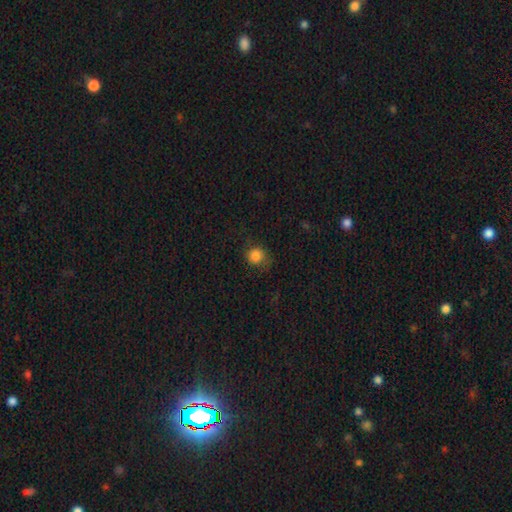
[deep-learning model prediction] Smooth or featured: smooth — 84% (star or artifact — 11%)
How rounded: round — 82% (in between — 17%)
Merging: none — 71% (minor disturbance — 20%)